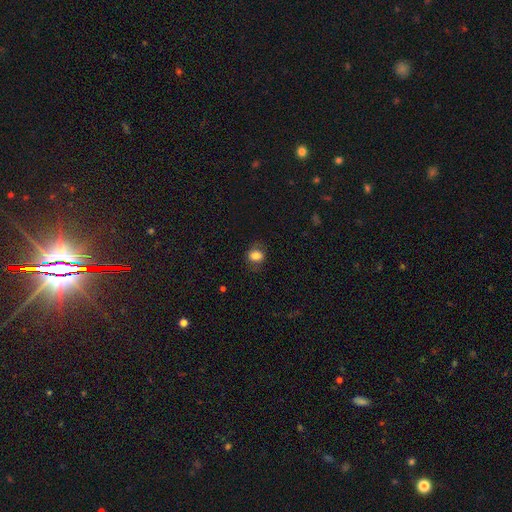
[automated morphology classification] A smooth galaxy with no disk features (81%) that is in between round and cigar-shaped (52%).

Vote fractions:
- Smooth or featured? smooth: 81% / star or artifact: 10% / featured or disk: 8%
- How rounded? in between: 52% / round: 47% / cigar-shaped: 1%
- Merging? none: 77% / minor disturbance: 16% / major disturbance: 6% / merger: 1%